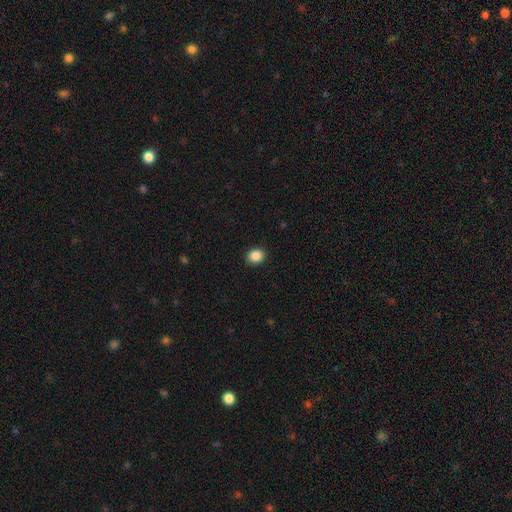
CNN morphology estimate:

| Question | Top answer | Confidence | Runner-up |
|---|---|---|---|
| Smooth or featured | smooth | 87% | star or artifact (9%) |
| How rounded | round | 60% | in between (39%) |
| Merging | none | 90% | minor disturbance (7%) |